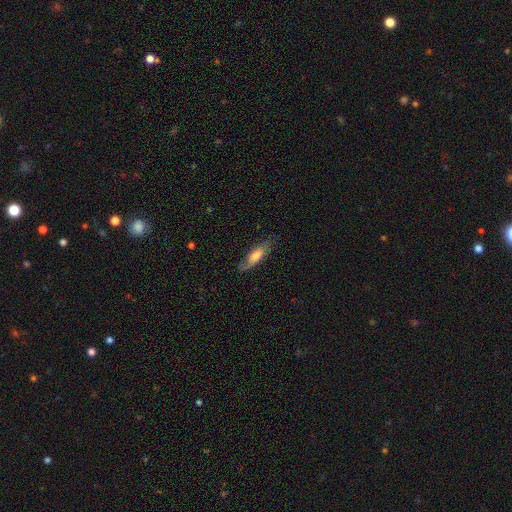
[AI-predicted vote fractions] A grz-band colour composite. It shows a smooth galaxy with no disk features (61%) that is cigar-shaped (57%). Merging: none (75%).